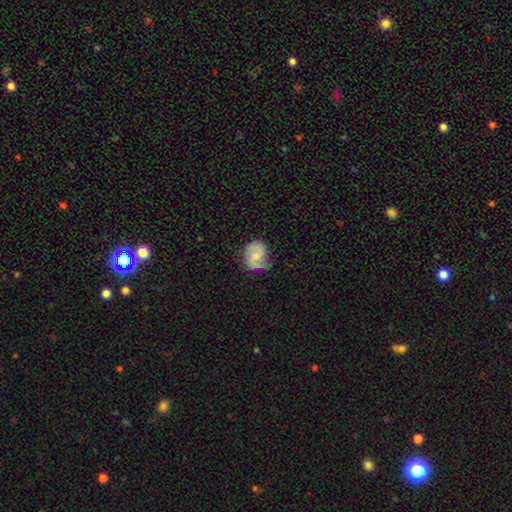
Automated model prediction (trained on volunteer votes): featured or disk 72%, smooth 22%, star or artifact 6%. Down the decision tree: edge-on disk — no (98%); bar — no (50%); spiral arms — yes (94%); spiral arm count — 2 (80%); spiral winding — medium (47%); bulge size — small (46%); merging — none (62%).